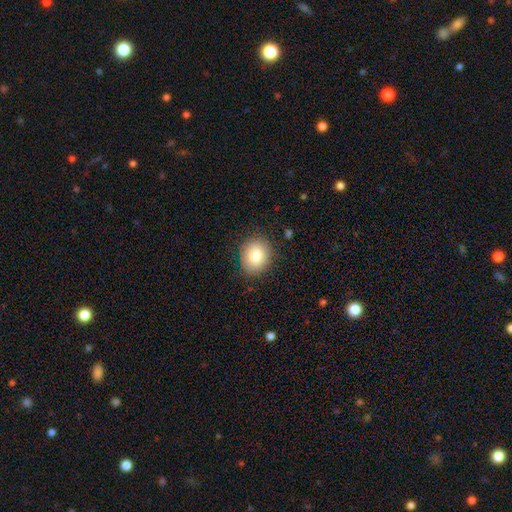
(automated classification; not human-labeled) smooth-or-featured: smooth: 83% | star or artifact: 9% | featured or disk: 9%
  how-rounded: round: 66% | in between: 33% | cigar-shaped: 1%
  merging: none: 86% | minor disturbance: 10% | major disturbance: 3% | merger: 1%